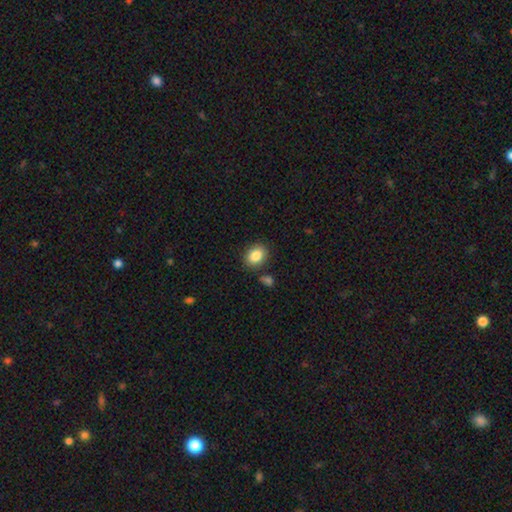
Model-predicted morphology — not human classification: type=smooth (86%); roundness=in between (60%); merging=none (82%).